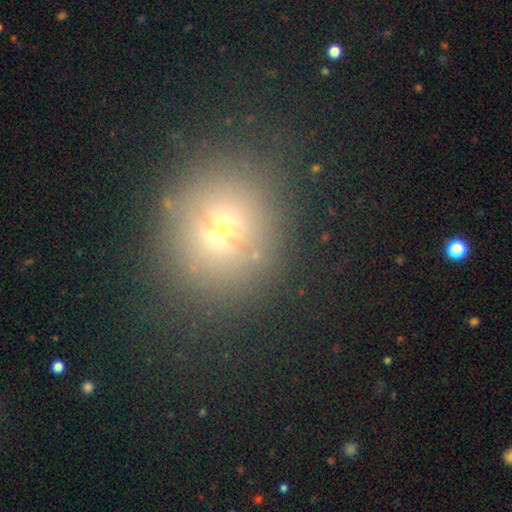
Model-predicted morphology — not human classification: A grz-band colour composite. It shows a smooth galaxy with no disk features (53%) that is round (82%). Merging: none (78%).